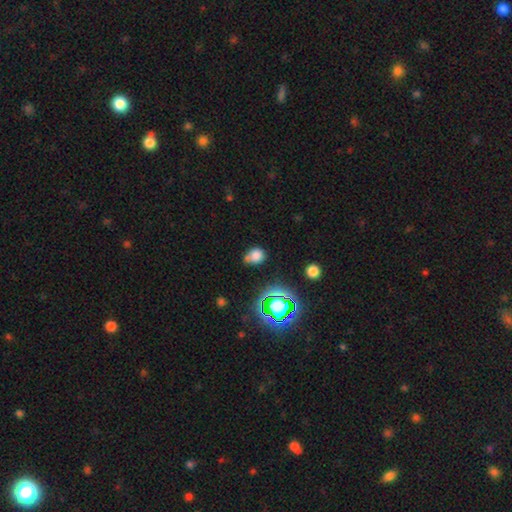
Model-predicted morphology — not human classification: type=smooth (73%); roundness=in between (52%); merging=none (50%).